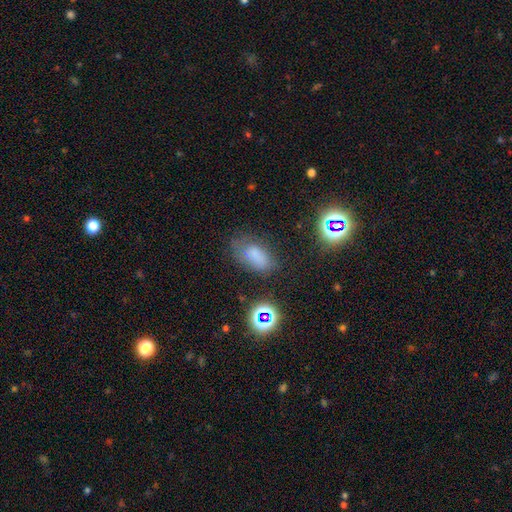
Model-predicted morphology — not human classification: Smooth or featured? smooth (69%)
How rounded? in between (88%)
Merging? none (56%)